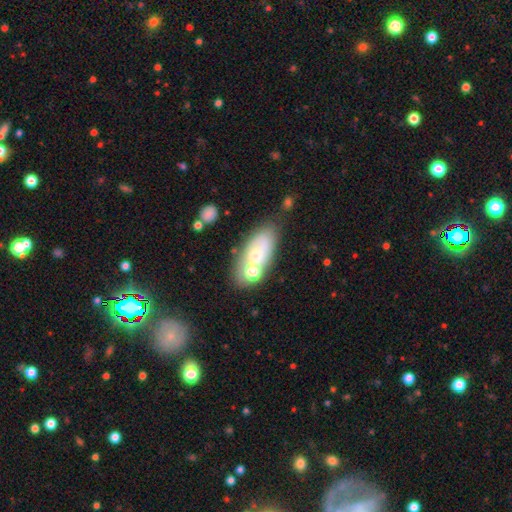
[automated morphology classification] This appears to be a smooth galaxy with no disk features (55%) that is in between round and cigar-shaped (82%). Merging: none (45%).